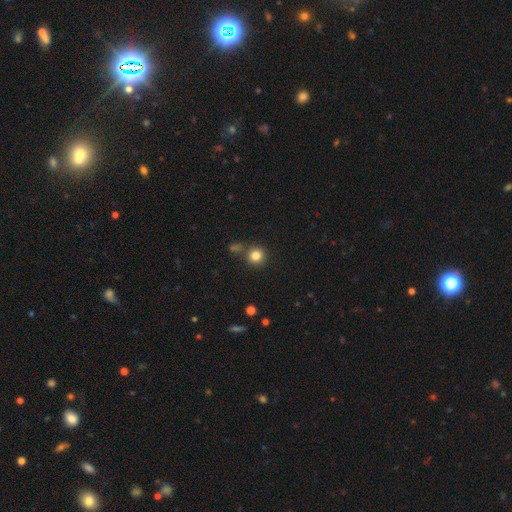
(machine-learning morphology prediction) smooth-or-featured: smooth: 82% | star or artifact: 12% | featured or disk: 5%
  how-rounded: round: 92% | in between: 7% | cigar-shaped: 1%
  merging: none: 79% | minor disturbance: 9% | merger: 9% | major disturbance: 3%